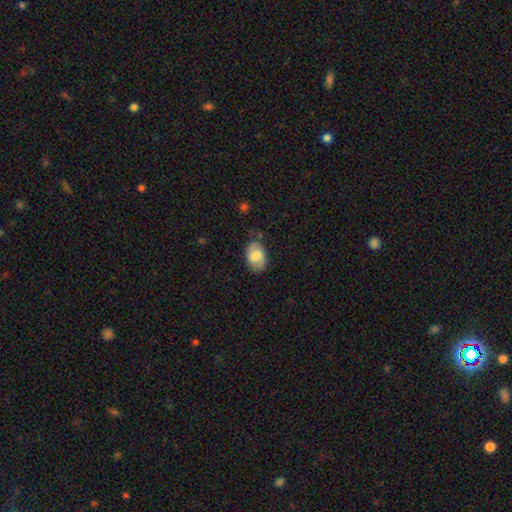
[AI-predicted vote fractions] smooth_or_featured: smooth (p=0.67) [alt: featured or disk p=0.26]
how_rounded: in between (p=0.89) [alt: round p=0.10]
merging: none (p=0.74) [alt: minor disturbance p=0.20]